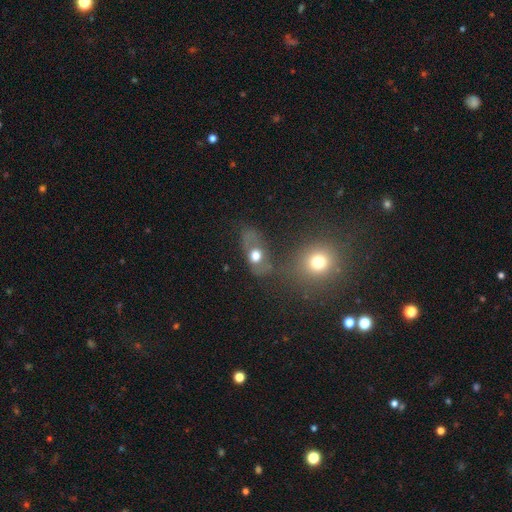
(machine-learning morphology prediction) type=smooth (60%); roundness=in between (59%); merging=none (37%).